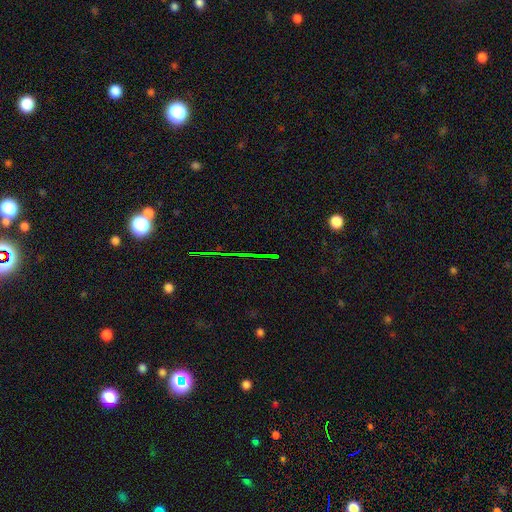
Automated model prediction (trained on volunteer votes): This is likely a star or artifact rather than a galaxy (71%).